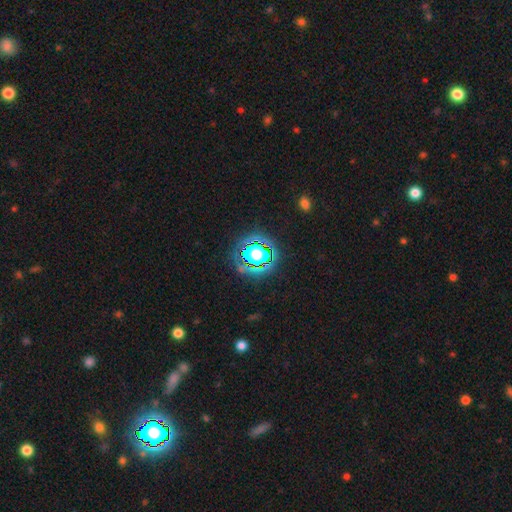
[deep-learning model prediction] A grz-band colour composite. It shows a star or artifact, not a galaxy (79%).